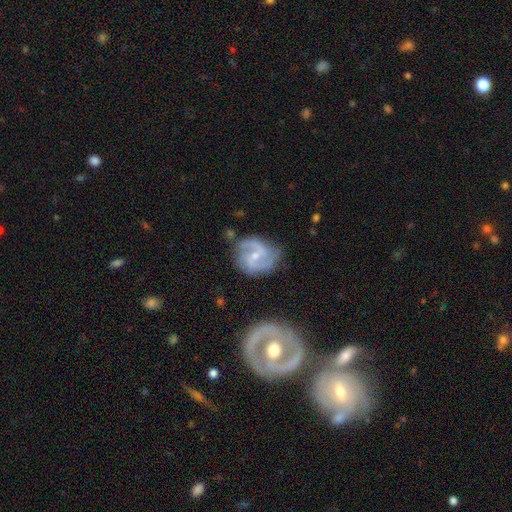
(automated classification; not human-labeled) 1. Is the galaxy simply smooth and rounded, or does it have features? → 86% featured or disk, 8% smooth, 5% star or artifact.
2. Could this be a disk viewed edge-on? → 98% no, 2% yes.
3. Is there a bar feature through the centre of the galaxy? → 47% weak, 37% no, 16% strong.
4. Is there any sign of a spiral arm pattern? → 96% yes, 4% no.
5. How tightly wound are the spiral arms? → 53% medium, 28% tight, 19% loose.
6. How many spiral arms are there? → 68% 2, 16% 3, 8% can't tell, 3% 1, 3% 4, 2% more than 4.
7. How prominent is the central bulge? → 55% small, 42% moderate, 1% none, 1% large, 1% dominant.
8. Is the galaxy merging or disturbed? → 68% none, 21% minor disturbance, 7% major disturbance, 4% merger.